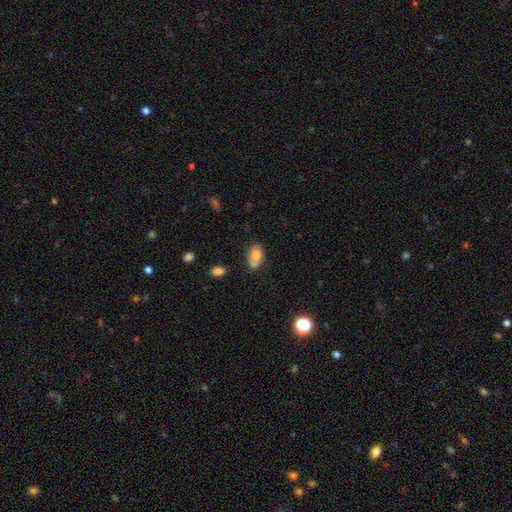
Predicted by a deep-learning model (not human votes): Smooth or featured: smooth — 73% (featured or disk — 18%)
How rounded: in between — 89% (round — 9%)
Merging: none — 53% (minor disturbance — 24%)